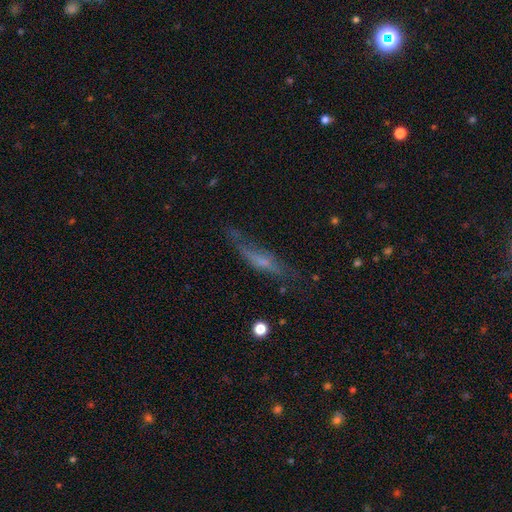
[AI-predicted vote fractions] Morphology: type=featured or disk (49%); merging=none (57%).